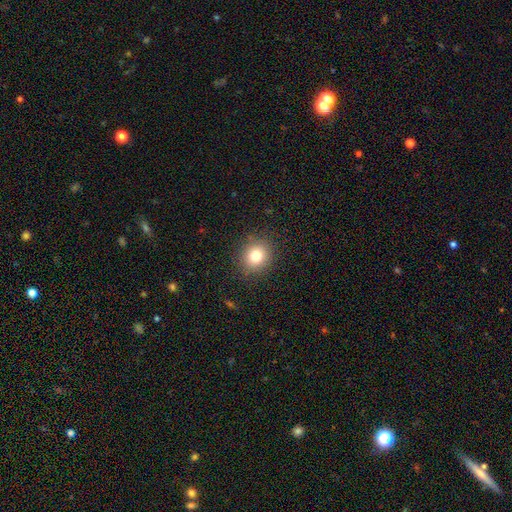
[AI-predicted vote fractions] Smooth or featured? Predicted: smooth (p=0.79). How rounded? Predicted: round (p=0.80). Merging? Predicted: none (p=0.88).